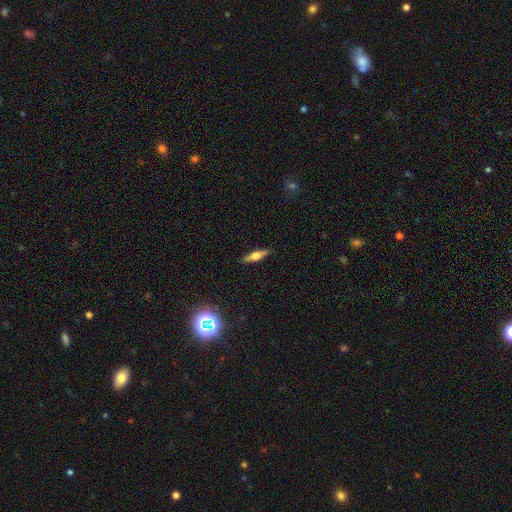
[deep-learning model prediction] A featured or disk galaxy (56%) viewed edge-on (95%) with a rounded central bulge (91%).

Vote fractions:
- Smooth or featured? featured or disk: 56% / smooth: 36% / star or artifact: 8%
- Edge-on disk? yes: 95% / no: 5%
- Edge-on bulge? rounded: 91% / boxy: 6% / none: 3%
- Merging? none: 90% / minor disturbance: 7% / major disturbance: 2% / merger: 1%